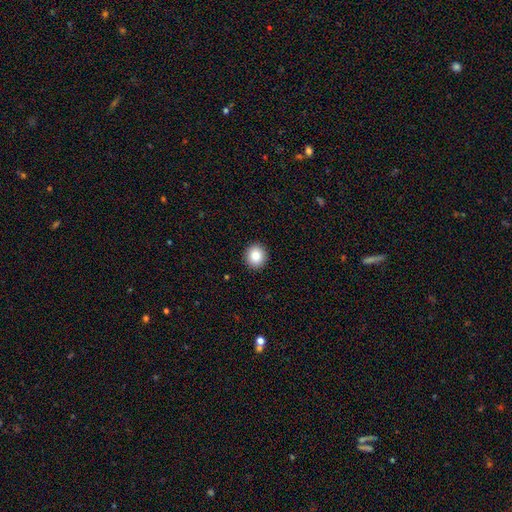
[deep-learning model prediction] smooth_or_featured: smooth (p=0.85) [alt: star or artifact p=0.09]
how_rounded: round (p=0.85) [alt: in between p=0.14]
merging: none (p=0.93) [alt: minor disturbance p=0.05]